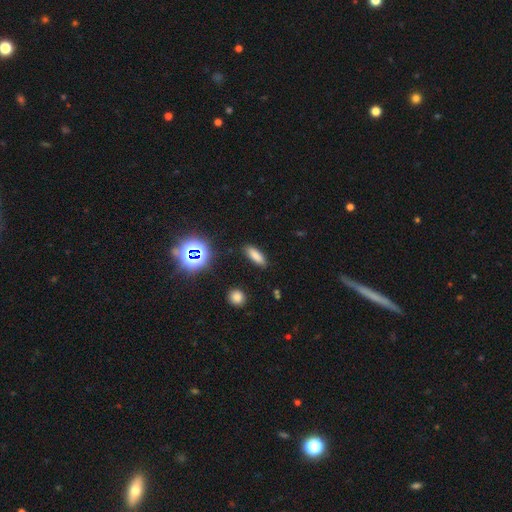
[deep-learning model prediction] This appears to be a smooth galaxy with no disk features (77%) that is in between round and cigar-shaped (56%). Merging: none (88%).